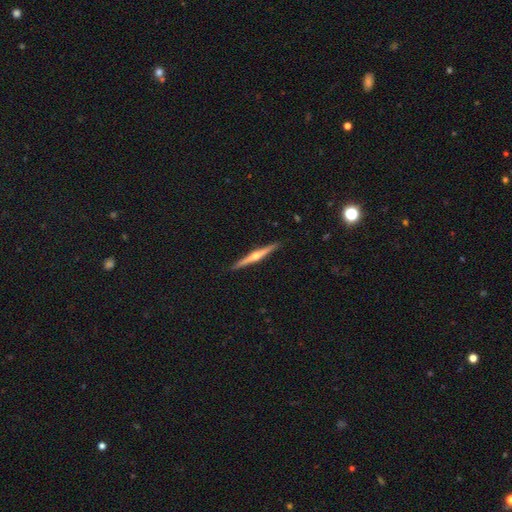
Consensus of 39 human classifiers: featured or disk 77%, smooth 13%, star or artifact 10%. Down the decision tree: edge-on disk — yes (100%); edge-on bulge — rounded (97%); merging — none (94%).